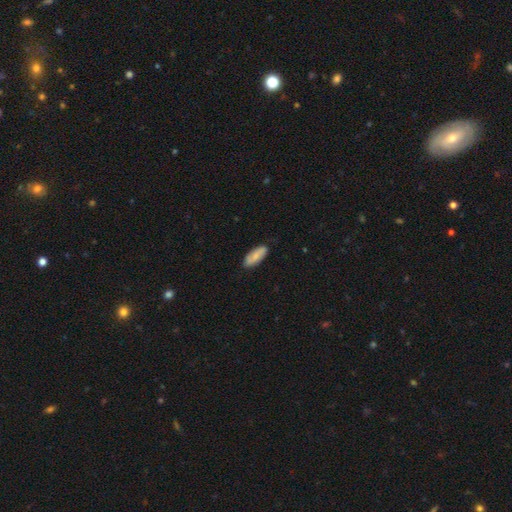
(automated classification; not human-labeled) Smooth or featured?
  - smooth: 76% *
  - featured or disk: 18%
  - star or artifact: 6%
How rounded?
  - in between: 79% *
  - cigar-shaped: 19%
  - round: 2%
Merging?
  - none: 85% *
  - minor disturbance: 12%
  - major disturbance: 2%
  - merger: 1%